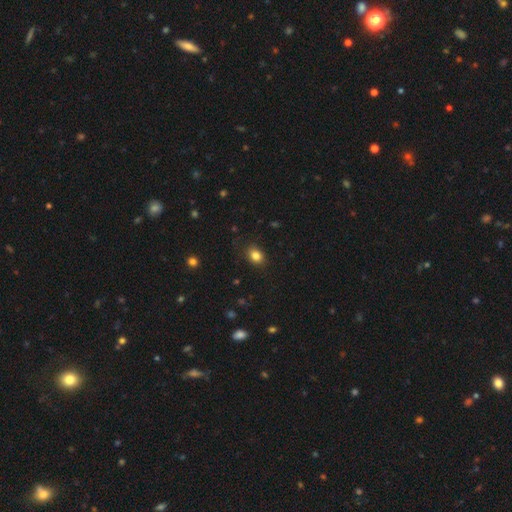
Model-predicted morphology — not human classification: smooth_or_featured: smooth (p=0.83) [alt: star or artifact p=0.11]
how_rounded: in between (p=0.51) [alt: round p=0.48]
merging: none (p=0.84) [alt: minor disturbance p=0.12]